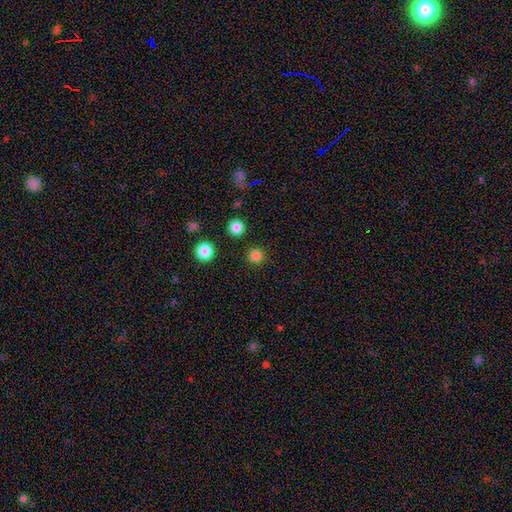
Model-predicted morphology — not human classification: Q: Smooth or featured?
A: smooth (82%); runner-up: star or artifact (15%)
Q: How rounded?
A: round (96%); runner-up: in between (3%)
Q: Merging?
A: none (91%); runner-up: minor disturbance (5%)